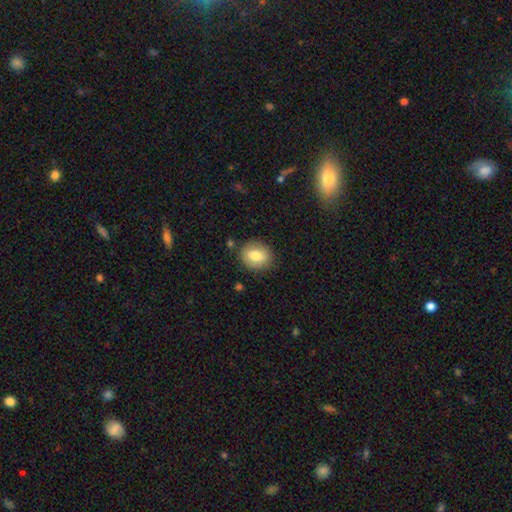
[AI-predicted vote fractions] smooth_or_featured: smooth (p=0.76) [alt: featured or disk p=0.16]
how_rounded: round (p=0.59) [alt: in between p=0.40]
merging: none (p=0.84) [alt: minor disturbance p=0.11]